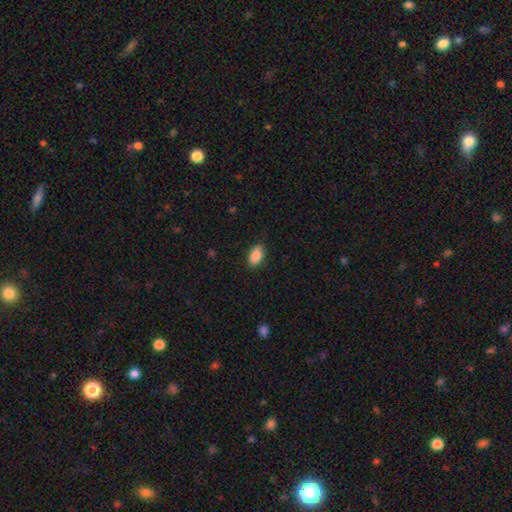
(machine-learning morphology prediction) Smooth or featured? Predicted: smooth (p=0.88). How rounded? Predicted: in between (p=0.92). Merging? Predicted: none (p=0.86).